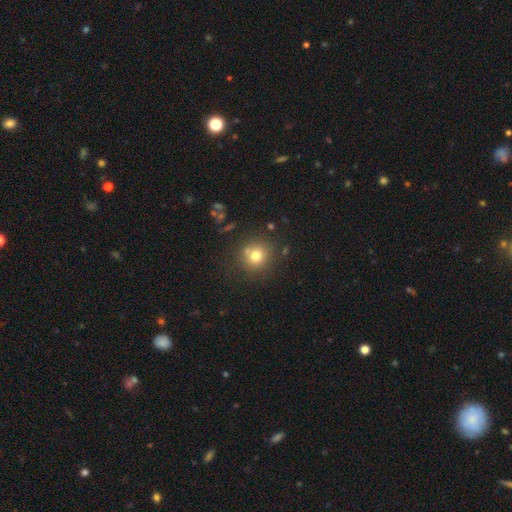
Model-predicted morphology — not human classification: Smooth or featured? Predicted: smooth (p=0.75). How rounded? Predicted: round (p=0.89). Merging? Predicted: none (p=0.78).